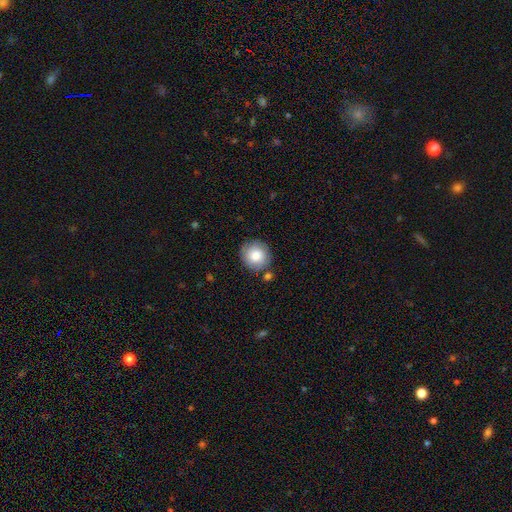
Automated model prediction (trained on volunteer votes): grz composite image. It shows a smooth galaxy with no disk features (81%) that is round (91%). Merging: none (82%).